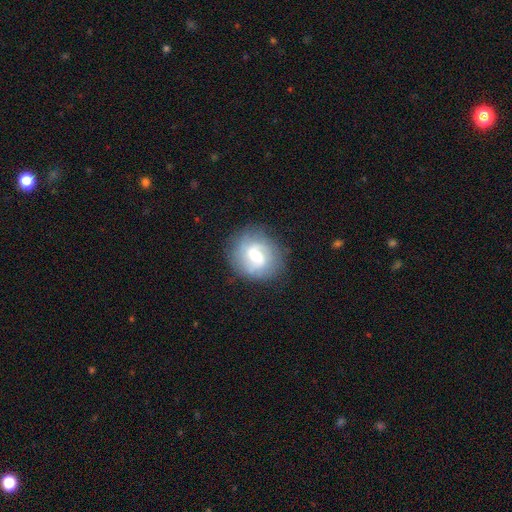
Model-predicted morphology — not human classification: type=featured or disk (67%); edge-on=no (97%); bar=weak (57%); spiral arms=yes (86%); winding=medium (40%); arm count=2 (59%); bulge=moderate (58%); merging=none (77%).